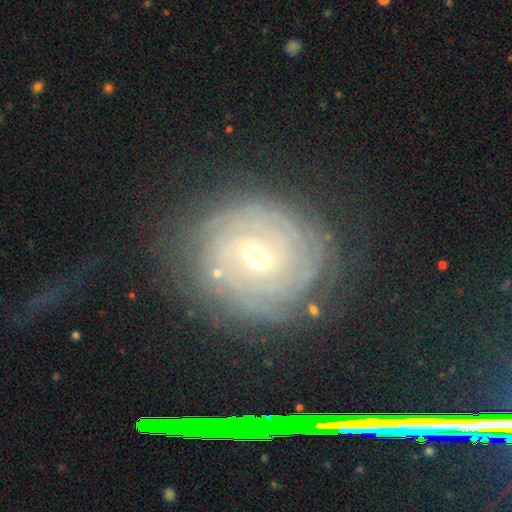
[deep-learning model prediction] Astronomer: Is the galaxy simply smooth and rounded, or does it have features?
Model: featured or disk — 74%.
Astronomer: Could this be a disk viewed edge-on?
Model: no — 96%.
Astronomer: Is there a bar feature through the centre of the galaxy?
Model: weak — 49% (runner-up: no, 36%).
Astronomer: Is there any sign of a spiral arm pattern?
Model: yes — 90%.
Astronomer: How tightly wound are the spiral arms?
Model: tight — 81%.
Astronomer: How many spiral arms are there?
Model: can't tell — 47%.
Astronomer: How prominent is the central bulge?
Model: moderate — 57% (runner-up: small, 39%).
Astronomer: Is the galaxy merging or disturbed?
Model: none — 75%.